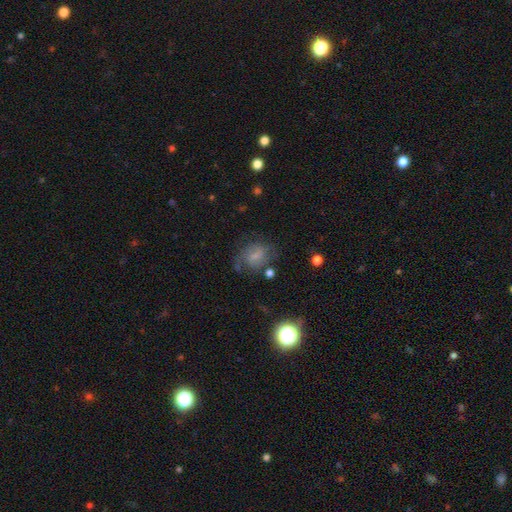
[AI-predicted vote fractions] Smooth or featured? featured or disk (46%)
Merging? none (51%)